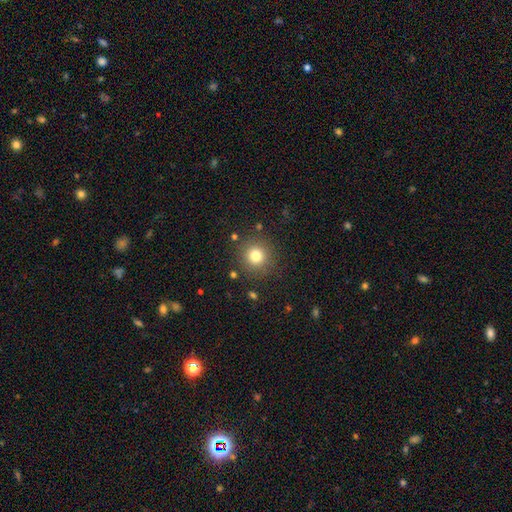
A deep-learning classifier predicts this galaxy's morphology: Smooth or featured?
  - smooth: 79% *
  - star or artifact: 13%
  - featured or disk: 8%
How rounded?
  - round: 94% *
  - in between: 5%
  - cigar-shaped: 1%
Merging?
  - none: 87% *
  - minor disturbance: 7%
  - major disturbance: 3%
  - merger: 2%